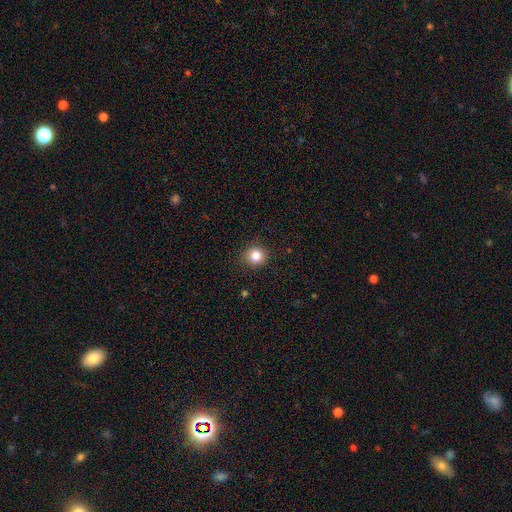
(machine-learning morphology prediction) Smooth or featured?
  - smooth: 83% *
  - star or artifact: 11%
  - featured or disk: 6%
How rounded?
  - round: 90% *
  - in between: 9%
  - cigar-shaped: 1%
Merging?
  - none: 90% *
  - minor disturbance: 7%
  - major disturbance: 2%
  - merger: 1%